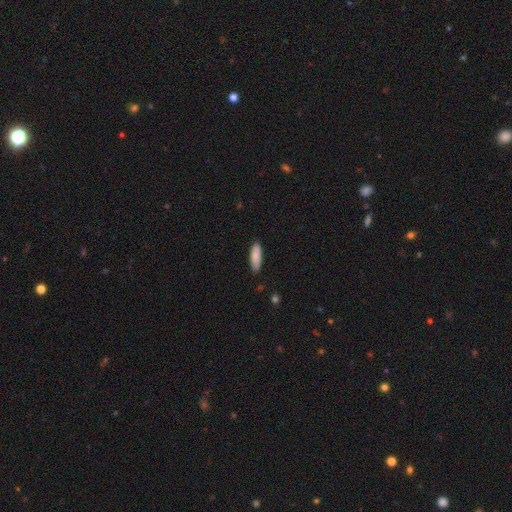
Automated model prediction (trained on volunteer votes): Morphology: type=smooth (88%); roundness=in between (53%); merging=none (87%).